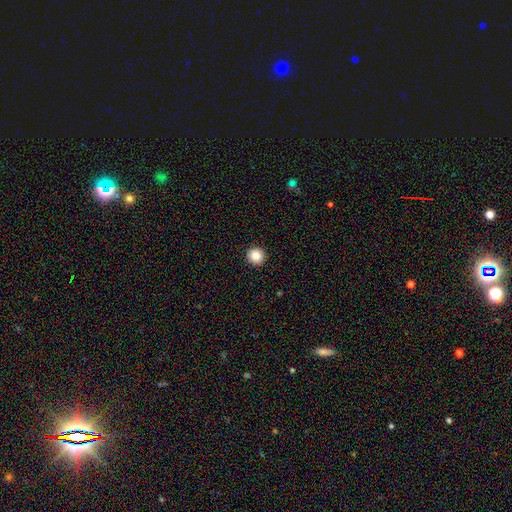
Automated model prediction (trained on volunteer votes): Smooth or featured: smooth — 85% (star or artifact — 10%)
How rounded: round — 96% (in between — 3%)
Merging: none — 94% (minor disturbance — 4%)